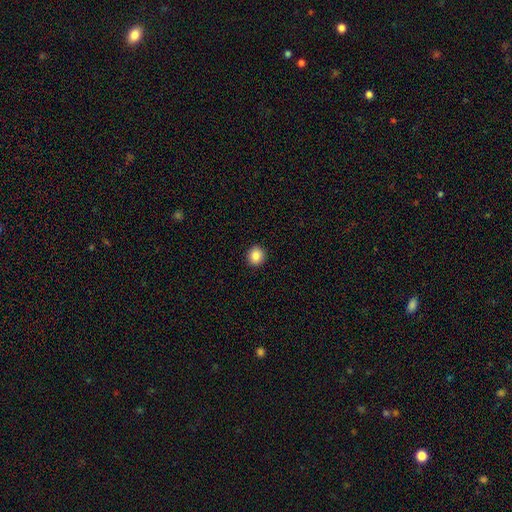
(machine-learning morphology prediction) smooth_or_featured: smooth (p=0.86) [alt: star or artifact p=0.09]
how_rounded: round (p=0.86) [alt: in between p=0.13]
merging: none (p=0.93) [alt: minor disturbance p=0.05]